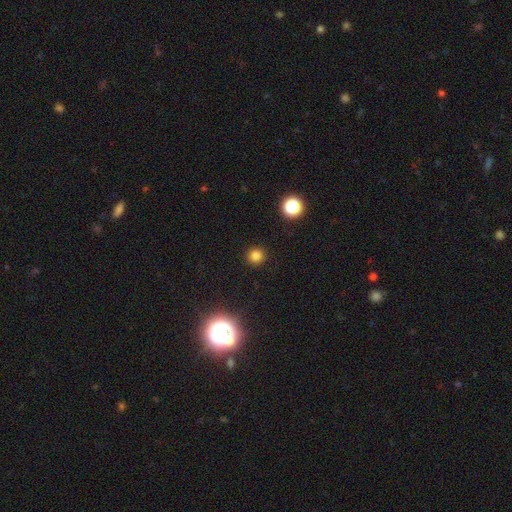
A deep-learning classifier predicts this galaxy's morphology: type=smooth (79%); roundness=round (94%); merging=none (92%).